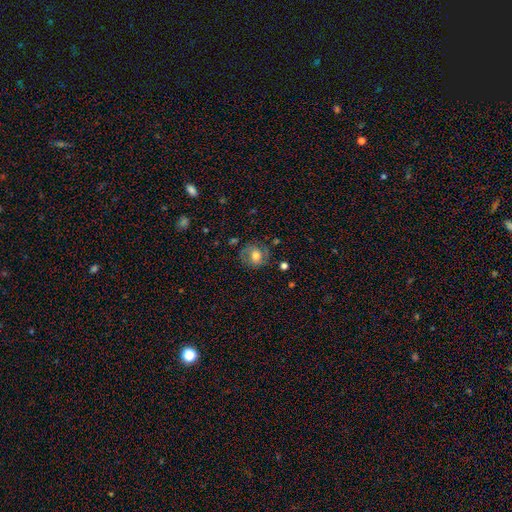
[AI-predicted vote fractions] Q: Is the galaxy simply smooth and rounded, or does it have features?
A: smooth — 58%.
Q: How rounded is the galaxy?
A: round — 80%.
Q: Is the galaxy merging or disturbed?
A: none — 72%.